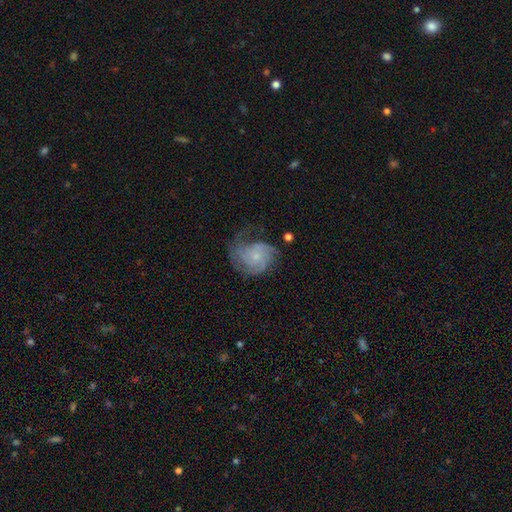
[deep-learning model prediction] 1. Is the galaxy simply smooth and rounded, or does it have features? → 76% featured or disk, 17% smooth, 7% star or artifact.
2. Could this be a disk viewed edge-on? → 98% no, 2% yes.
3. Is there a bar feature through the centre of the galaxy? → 76% no, 21% weak, 3% strong.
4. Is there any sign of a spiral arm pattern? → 93% yes, 7% no.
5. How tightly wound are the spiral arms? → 41% medium (tied), 41% tight (tied), 18% loose.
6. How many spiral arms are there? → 33% 3, 23% can't tell, 22% 2, 10% 4, 7% 1, 5% more than 4.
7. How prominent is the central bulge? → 72% small, 19% moderate, 7% none, 1% large, 1% dominant.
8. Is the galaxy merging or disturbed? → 49% none, 25% major disturbance, 24% minor disturbance, 2% merger.